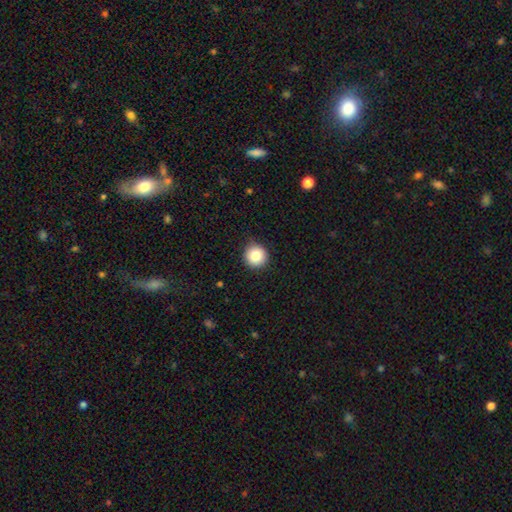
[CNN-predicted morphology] smooth-or-featured: smooth: 83% | star or artifact: 9% | featured or disk: 7%
  how-rounded: round: 95% | in between: 4% | cigar-shaped: 1%
  merging: none: 90% | minor disturbance: 7% | major disturbance: 2% | merger: 1%